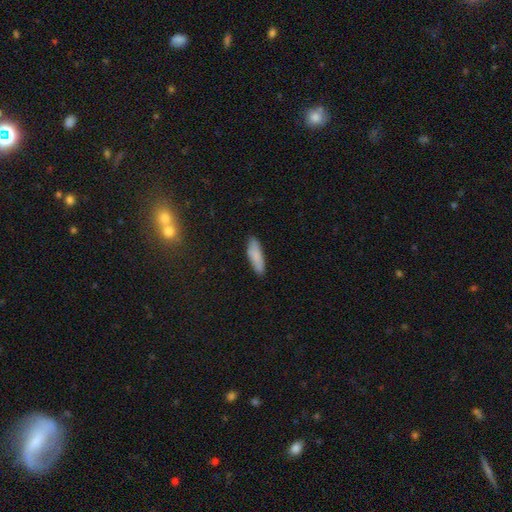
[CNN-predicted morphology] Smooth or featured: smooth — 83% (featured or disk — 10%)
How rounded: cigar-shaped — 59% (in between — 39%)
Merging: none — 84% (minor disturbance — 12%)